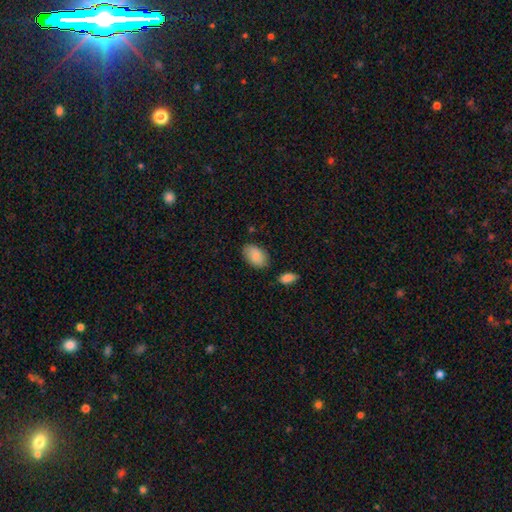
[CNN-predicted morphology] Smooth or featured?
  - smooth: 84% *
  - featured or disk: 9%
  - star or artifact: 6%
How rounded?
  - in between: 91% *
  - round: 8%
  - cigar-shaped: 1%
Merging?
  - none: 79% *
  - minor disturbance: 15%
  - merger: 4%
  - major disturbance: 3%